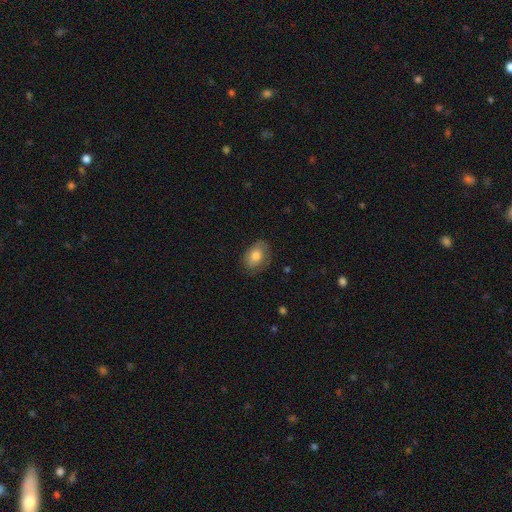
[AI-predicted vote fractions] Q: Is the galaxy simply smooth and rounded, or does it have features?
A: smooth — 74%.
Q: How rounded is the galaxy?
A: in between — 80%.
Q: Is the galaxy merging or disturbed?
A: none — 75%.